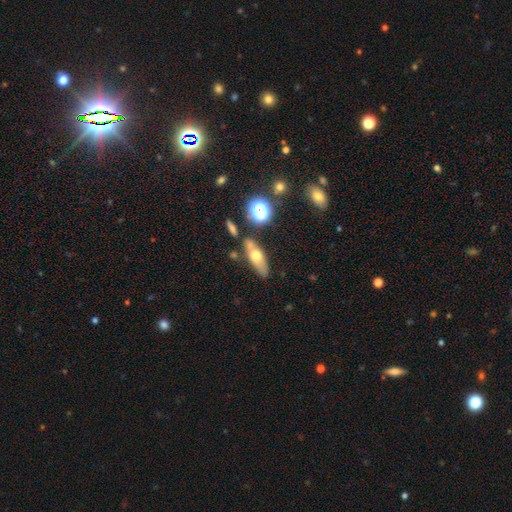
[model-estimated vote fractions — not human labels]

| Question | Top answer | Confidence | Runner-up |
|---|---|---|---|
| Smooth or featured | smooth | 52% | featured or disk (37%) |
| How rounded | in between | 57% | cigar-shaped (34%) |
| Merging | none | 67% | minor disturbance (16%) |